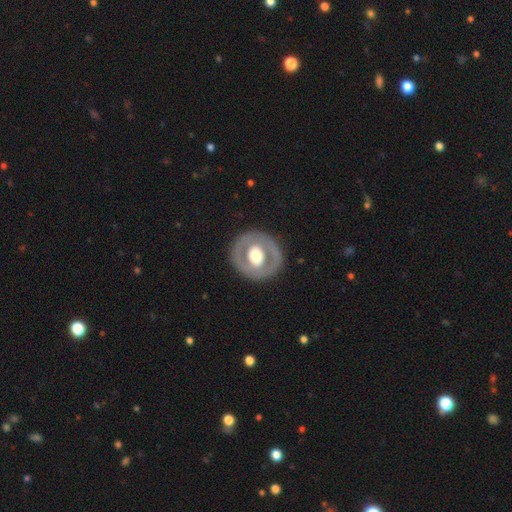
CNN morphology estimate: smooth-or-featured: featured or disk: 58% | smooth: 37% | star or artifact: 5%
  disk-edge-on: no: 95% | yes: 5%
    bar: no: 73% | weak: 17% | strong: 10%
    has-spiral-arms: no: 86% | yes: 14%
    bulge-size: moderate: 48% | large: 43% | dominant: 4% | small: 3% | none: 1%
  merging: none: 84% | minor disturbance: 10% | major disturbance: 5% | merger: 1%